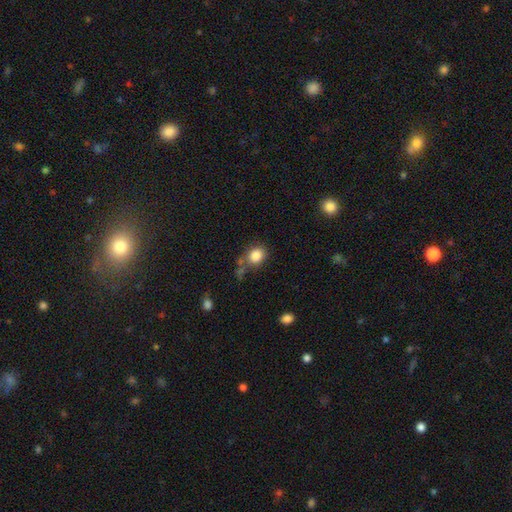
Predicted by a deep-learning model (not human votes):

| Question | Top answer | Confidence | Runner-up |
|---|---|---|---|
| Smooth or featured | smooth | 85% | star or artifact (9%) |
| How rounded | round | 69% | in between (30%) |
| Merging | none | 62% | minor disturbance (20%) |